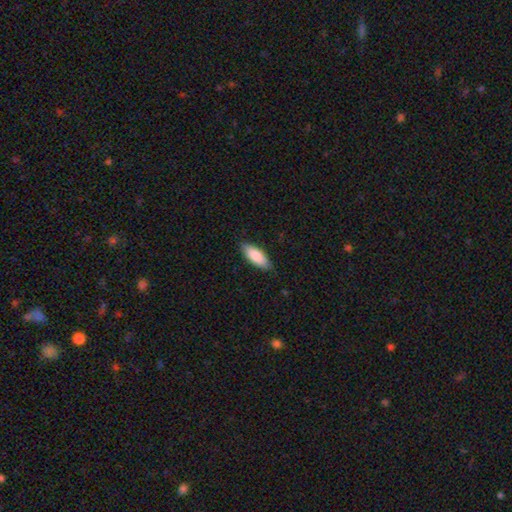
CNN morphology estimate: This appears to be a smooth galaxy with no disk features (85%) that is in between round and cigar-shaped (77%). Merging: none (85%).